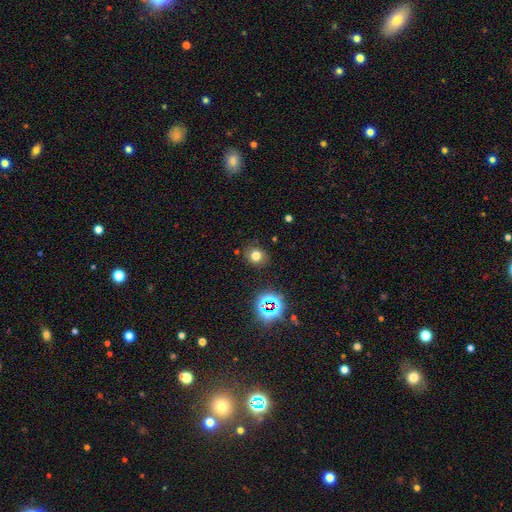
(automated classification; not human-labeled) A smooth galaxy with no disk features (71%) that is round (78%).

Vote fractions:
- Smooth or featured? smooth: 71% / star or artifact: 21% / featured or disk: 8%
- How rounded? round: 78% / in between: 22% / cigar-shaped: 1%
- Merging? none: 86% / minor disturbance: 9% / major disturbance: 3% / merger: 2%